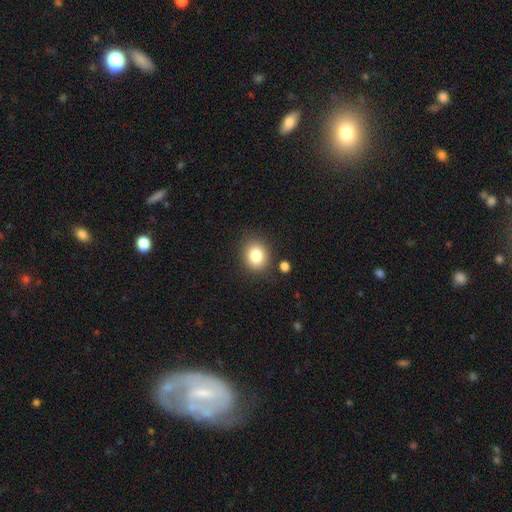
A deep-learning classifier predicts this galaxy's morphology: Smooth or featured? Predicted: smooth (p=0.81). How rounded? Predicted: round (p=0.70). Merging? Predicted: none (p=0.84).